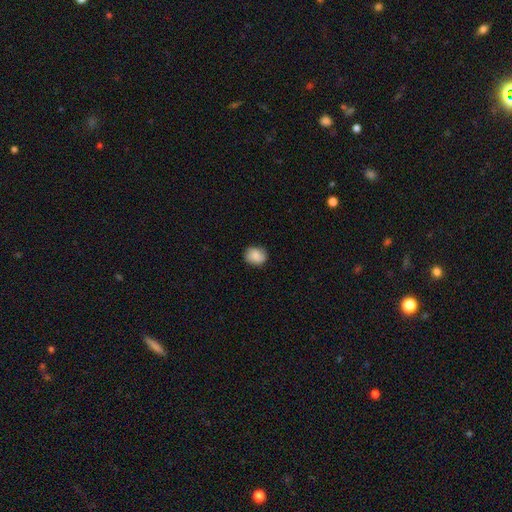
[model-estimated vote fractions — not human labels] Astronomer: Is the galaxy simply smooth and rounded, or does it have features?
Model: smooth — 76%.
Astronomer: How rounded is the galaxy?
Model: round — 63%.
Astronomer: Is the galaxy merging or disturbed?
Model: none — 80%.